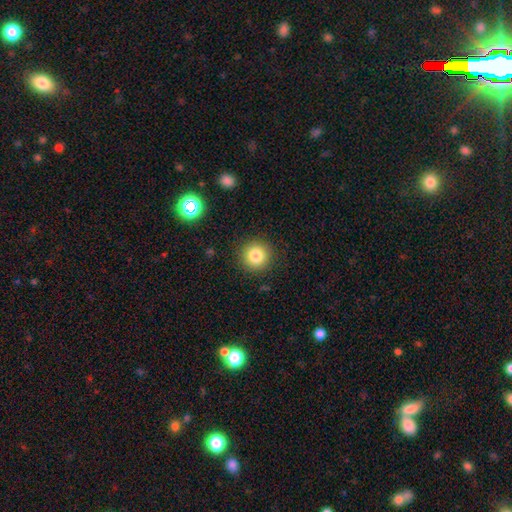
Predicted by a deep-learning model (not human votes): Q: Smooth or featured?
A: smooth (83%); runner-up: star or artifact (11%)
Q: How rounded?
A: round (94%); runner-up: in between (5%)
Q: Merging?
A: none (90%); runner-up: minor disturbance (6%)